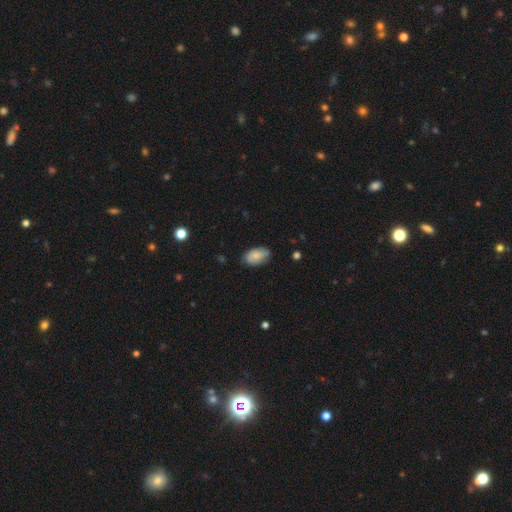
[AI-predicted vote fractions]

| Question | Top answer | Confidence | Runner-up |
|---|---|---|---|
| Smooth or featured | smooth | 79% | featured or disk (14%) |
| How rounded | in between | 93% | round (5%) |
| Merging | none | 72% | minor disturbance (23%) |